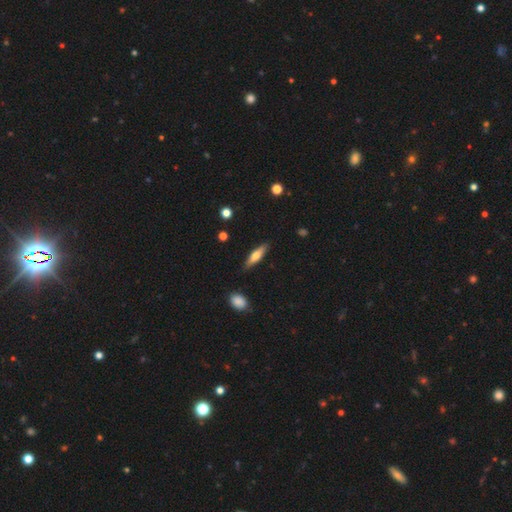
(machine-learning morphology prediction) Smooth or featured? smooth (58%)
How rounded? cigar-shaped (69%)
Merging? none (86%)